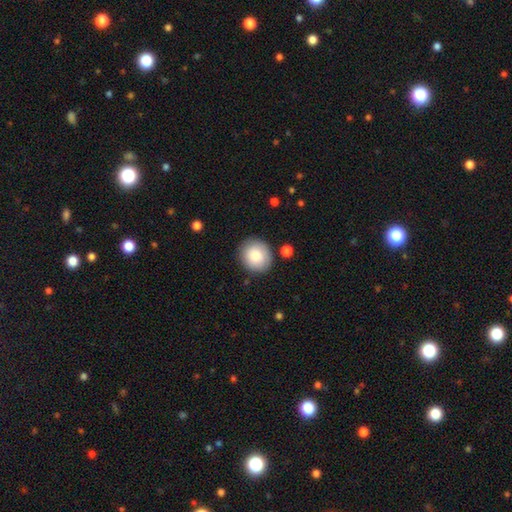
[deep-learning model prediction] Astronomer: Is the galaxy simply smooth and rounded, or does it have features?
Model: smooth — 85%.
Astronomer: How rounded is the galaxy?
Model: round — 84%.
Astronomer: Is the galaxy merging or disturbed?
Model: none — 86%.